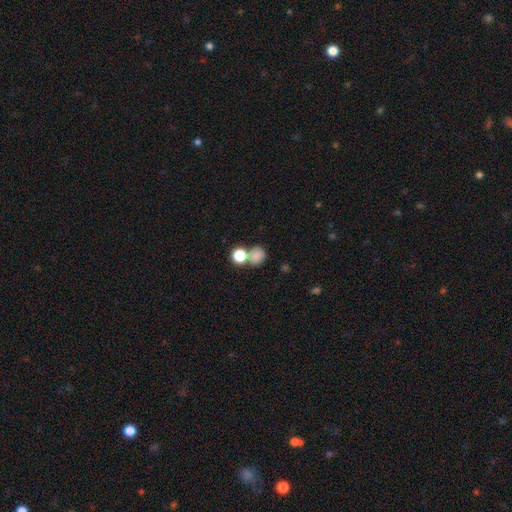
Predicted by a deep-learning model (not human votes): A smooth galaxy with no disk features (79%) that is round (70%).

Vote fractions:
- Smooth or featured? smooth: 79% / star or artifact: 13% / featured or disk: 8%
- How rounded? round: 70% / in between: 29% / cigar-shaped: 1%
- Merging? none: 44% / merger: 40% / minor disturbance: 11% / major disturbance: 6%